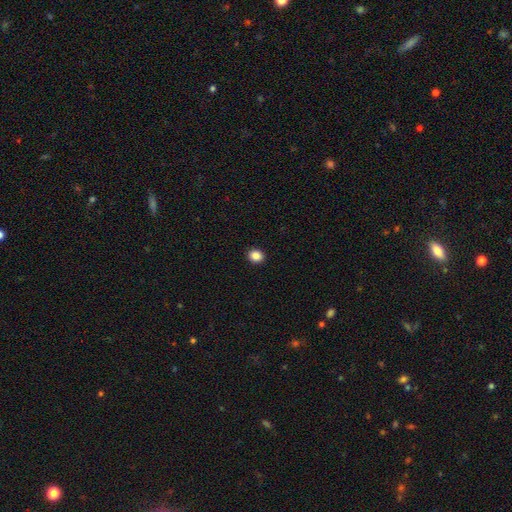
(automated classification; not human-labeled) Q: Smooth or featured?
A: smooth (87%); runner-up: star or artifact (10%)
Q: How rounded?
A: round (72%); runner-up: in between (27%)
Q: Merging?
A: none (93%); runner-up: minor disturbance (5%)